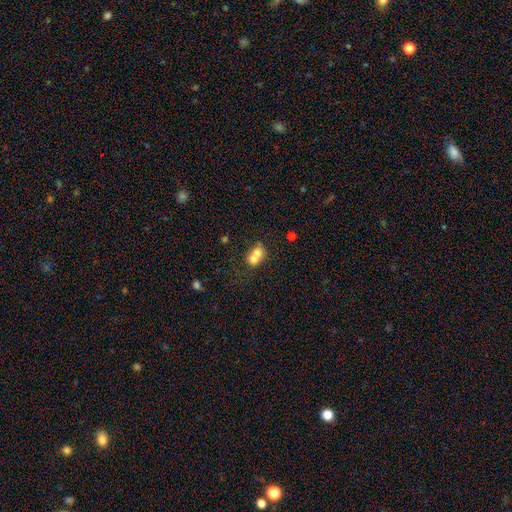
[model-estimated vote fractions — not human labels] A smooth galaxy with no disk features (66%) that is round (63%).

Vote fractions:
- Smooth or featured? smooth: 66% / featured or disk: 23% / star or artifact: 11%
- How rounded? round: 63% / in between: 36% / cigar-shaped: 1%
- Merging? merger: 69% / none: 22% / minor disturbance: 6% / major disturbance: 3%